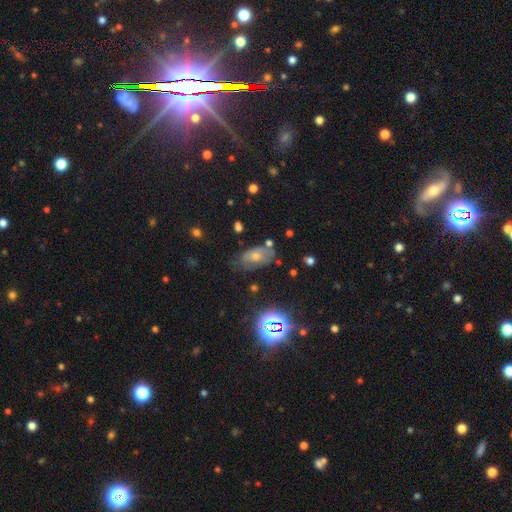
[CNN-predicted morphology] Overall: featured or disk (36%, tied with smooth). Merging: none (67%).